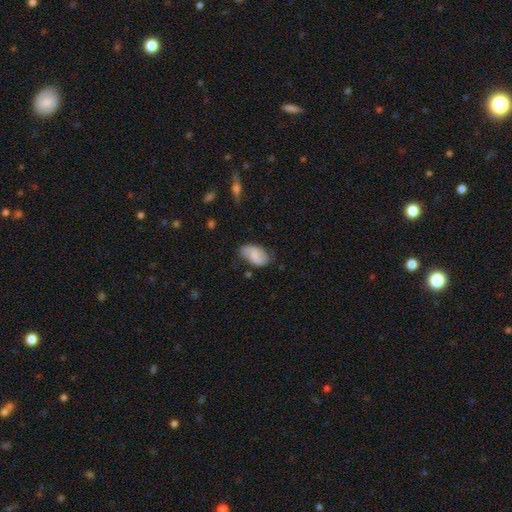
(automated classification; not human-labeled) Smooth or featured?
  - smooth: 64% *
  - featured or disk: 29%
  - star or artifact: 8%
How rounded?
  - in between: 93% *
  - round: 5%
  - cigar-shaped: 2%
Merging?
  - none: 65% *
  - minor disturbance: 26%
  - major disturbance: 6%
  - merger: 2%